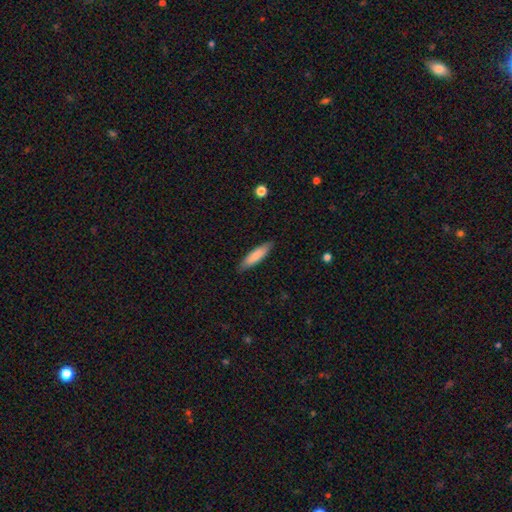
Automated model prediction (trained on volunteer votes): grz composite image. It shows a smooth galaxy with no disk features (79%) that is cigar-shaped (75%). Merging: none (88%).